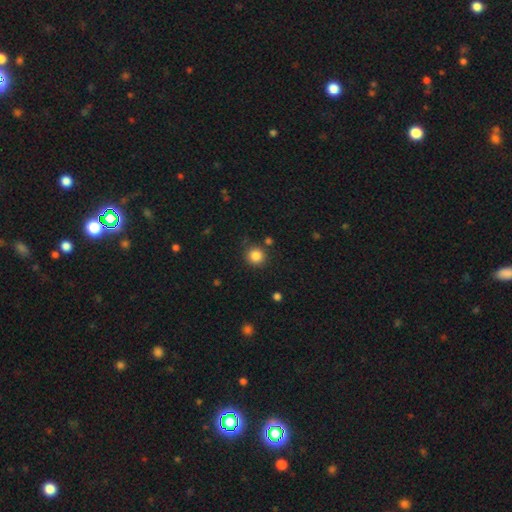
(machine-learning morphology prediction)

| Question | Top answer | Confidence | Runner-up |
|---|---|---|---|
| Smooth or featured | smooth | 85% | star or artifact (11%) |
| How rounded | round | 93% | in between (6%) |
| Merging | none | 84% | minor disturbance (9%) |